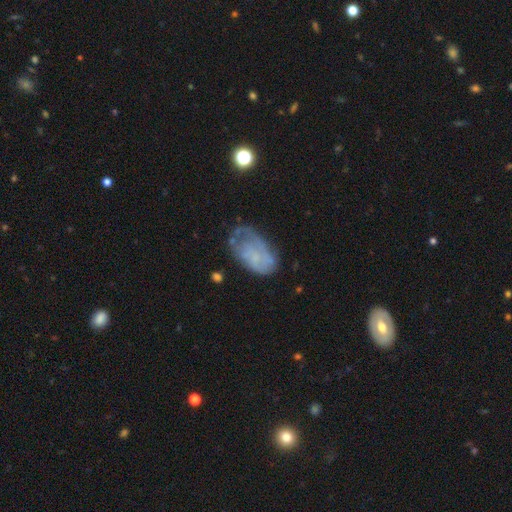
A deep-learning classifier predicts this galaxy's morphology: A featured or disk galaxy (51%). Merging: none (40%).